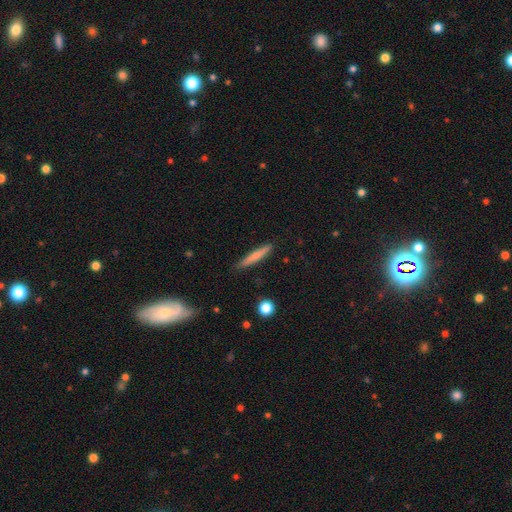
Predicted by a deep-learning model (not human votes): smooth-or-featured: smooth: 68% | featured or disk: 26% | star or artifact: 6%
  how-rounded: cigar-shaped: 94% | in between: 5% | round: 2%
  merging: none: 85% | minor disturbance: 11% | major disturbance: 2% | merger: 1%